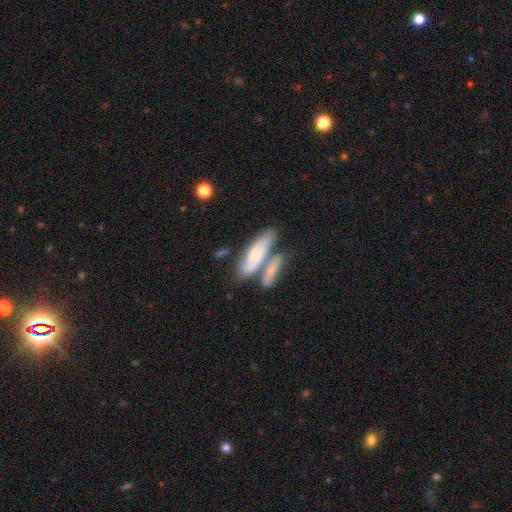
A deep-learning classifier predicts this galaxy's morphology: A smooth galaxy with no disk features (50%) that is in between round and cigar-shaped (55%). Merging: none (45%).